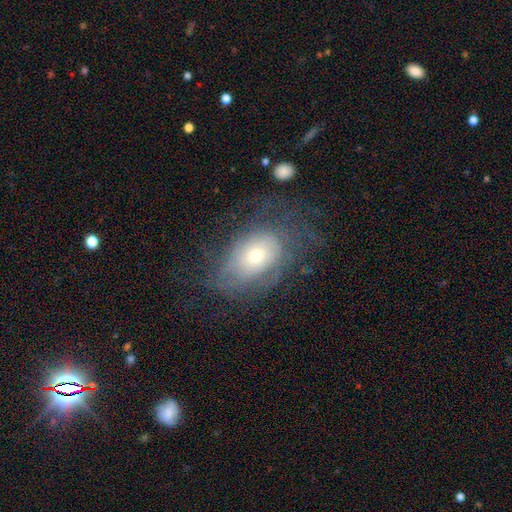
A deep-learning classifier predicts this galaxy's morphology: A featured or disk galaxy (45%, tied with smooth).

Vote fractions:
- Smooth or featured? featured or disk: 45% (tied) / smooth: 45% (tied) / star or artifact: 10%
- Merging? none: 49% / major disturbance: 25% / minor disturbance: 24% / merger: 2%